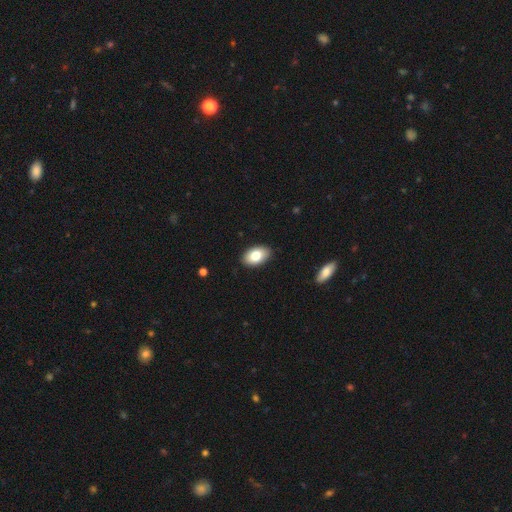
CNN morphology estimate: type=smooth (80%); roundness=in between (92%); merging=none (89%).